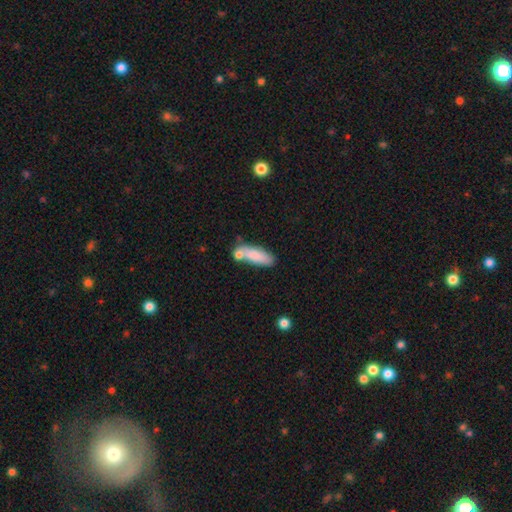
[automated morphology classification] smooth-or-featured: smooth: 81% | featured or disk: 12% | star or artifact: 6%
  how-rounded: in between: 50% | cigar-shaped: 48% | round: 2%
  merging: none: 56% | merger: 21% | minor disturbance: 17% | major disturbance: 5%